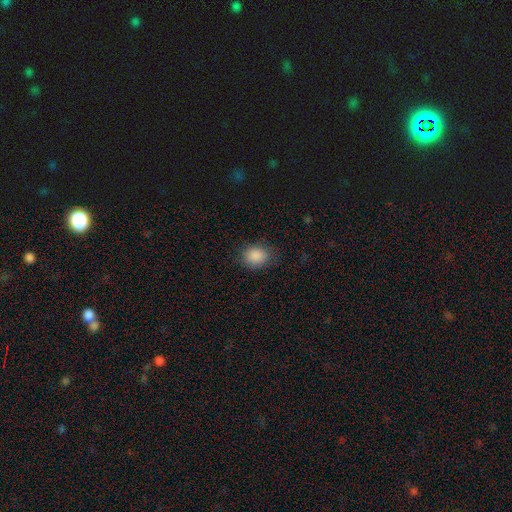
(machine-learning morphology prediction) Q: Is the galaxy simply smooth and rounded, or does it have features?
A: smooth — 87%.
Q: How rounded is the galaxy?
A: round — 50%.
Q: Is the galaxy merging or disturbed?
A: none — 80%.